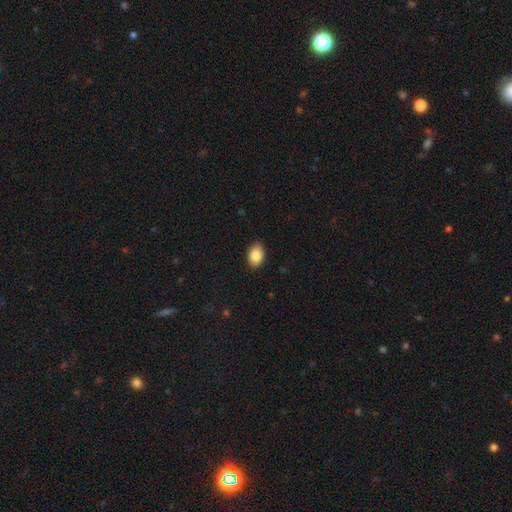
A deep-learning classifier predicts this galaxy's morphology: Smooth or featured: smooth — 86% (star or artifact — 8%)
How rounded: in between — 84% (round — 15%)
Merging: none — 89% (minor disturbance — 8%)